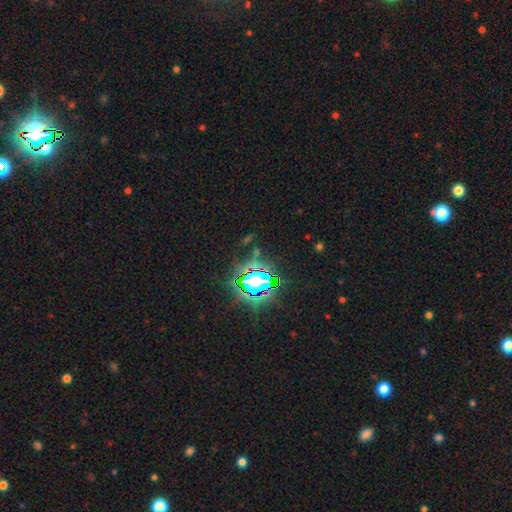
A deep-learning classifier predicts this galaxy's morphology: Smooth or featured? Predicted: star or artifact (p=0.78).